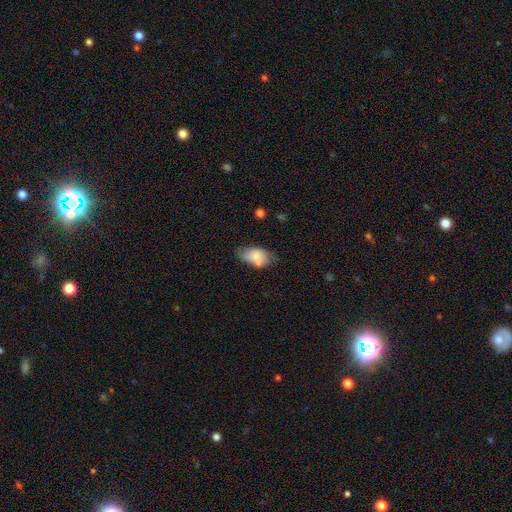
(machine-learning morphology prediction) Smooth or featured: smooth — 72% (featured or disk — 20%)
How rounded: in between — 93% (round — 5%)
Merging: none — 51% (minor disturbance — 27%)